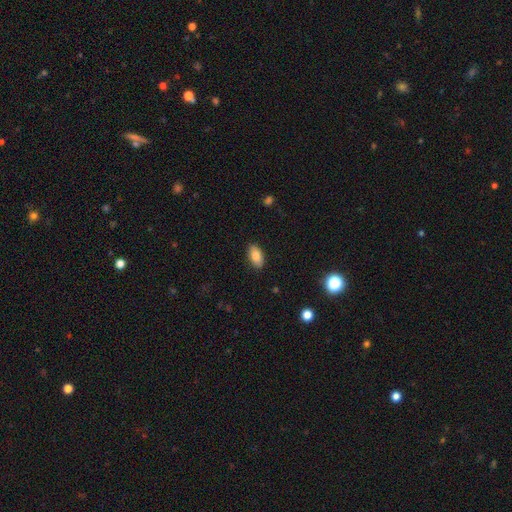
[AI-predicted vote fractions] Q: Smooth or featured?
A: smooth (82%); runner-up: featured or disk (11%)
Q: How rounded?
A: in between (92%); runner-up: cigar-shaped (5%)
Q: Merging?
A: none (88%); runner-up: minor disturbance (9%)